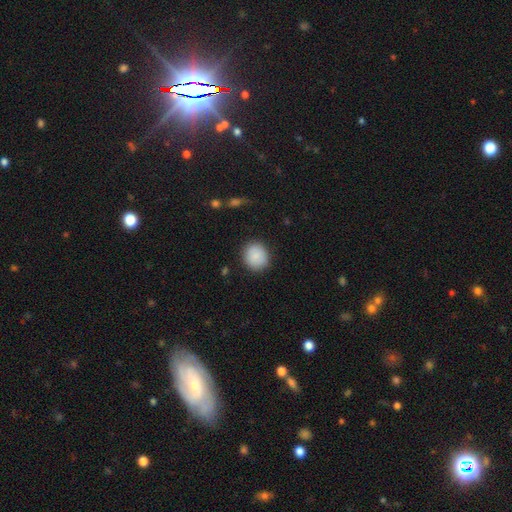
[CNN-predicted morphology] Q: Smooth or featured?
A: smooth (88%); runner-up: star or artifact (7%)
Q: How rounded?
A: round (83%); runner-up: in between (16%)
Q: Merging?
A: none (88%); runner-up: minor disturbance (8%)